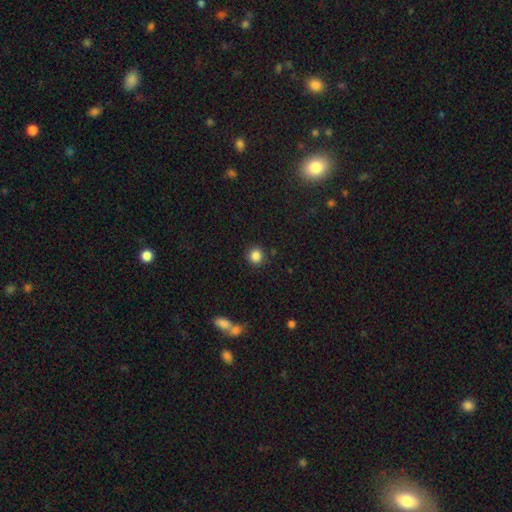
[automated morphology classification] Overall: smooth (85%). How rounded: round (93%). Merging: none (89%).